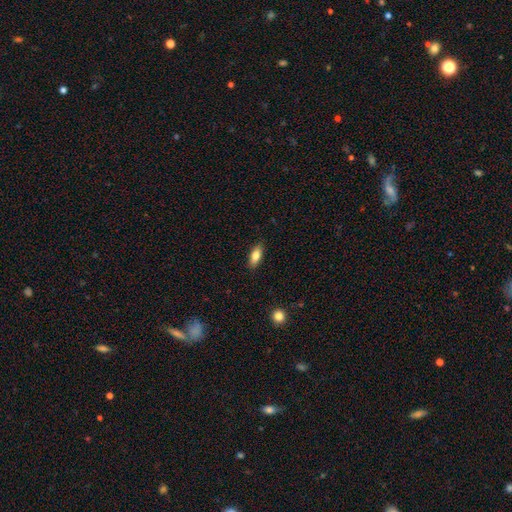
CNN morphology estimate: smooth 79%, featured or disk 14%, star or artifact 7%. Down the decision tree: how rounded — in between (79%); merging — none (87%).